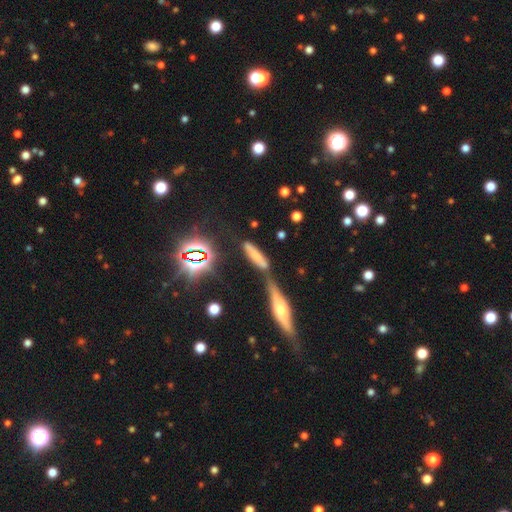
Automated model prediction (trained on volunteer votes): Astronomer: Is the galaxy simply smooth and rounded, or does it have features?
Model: smooth — 59%.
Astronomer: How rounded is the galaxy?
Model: cigar-shaped — 67%.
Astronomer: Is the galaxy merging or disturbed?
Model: none — 42% (runner-up: merger, 38%).